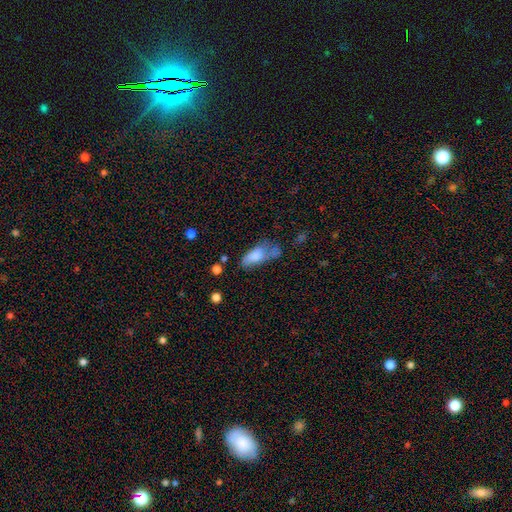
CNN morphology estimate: This appears to be a smooth galaxy with no disk features (74%) that is in between round and cigar-shaped (85%). Merging: none (31%).